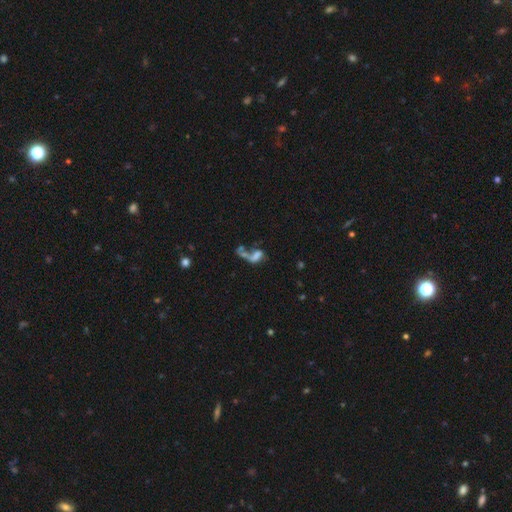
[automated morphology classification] A featured or disk galaxy (42%, tied with smooth). Merging: merger (38%).